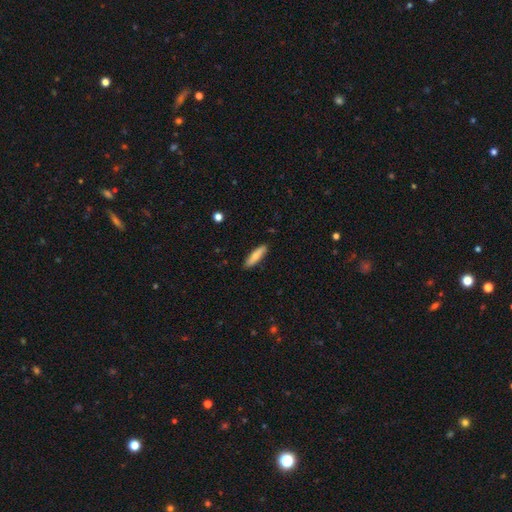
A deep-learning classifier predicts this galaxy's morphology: This is likely a smooth galaxy (74%). How rounded: likely cigar-shaped (74%). Merging: clearly none (88%).